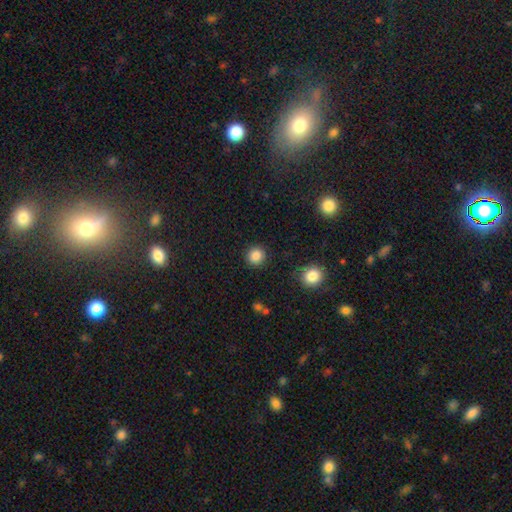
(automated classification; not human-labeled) Smooth or featured: smooth — 86% (star or artifact — 10%)
How rounded: round — 93% (in between — 6%)
Merging: none — 91% (minor disturbance — 6%)